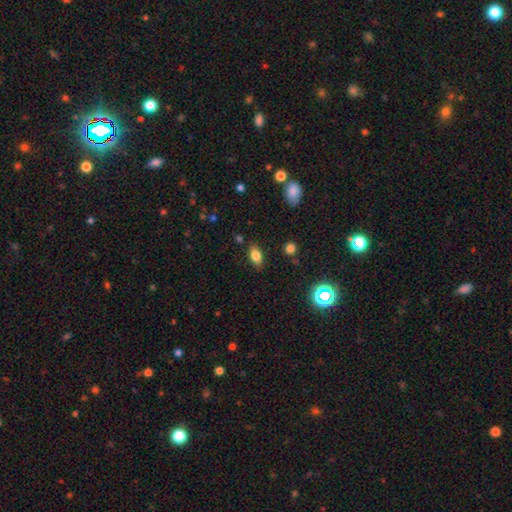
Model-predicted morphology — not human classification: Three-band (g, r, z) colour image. It shows a smooth galaxy with no disk features (80%) that is in between round and cigar-shaped (87%). Merging: none (83%).